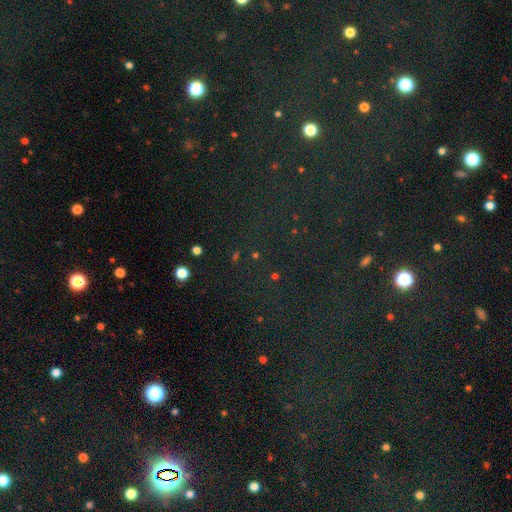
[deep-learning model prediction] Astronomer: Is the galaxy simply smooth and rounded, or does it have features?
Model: star or artifact — 74%.